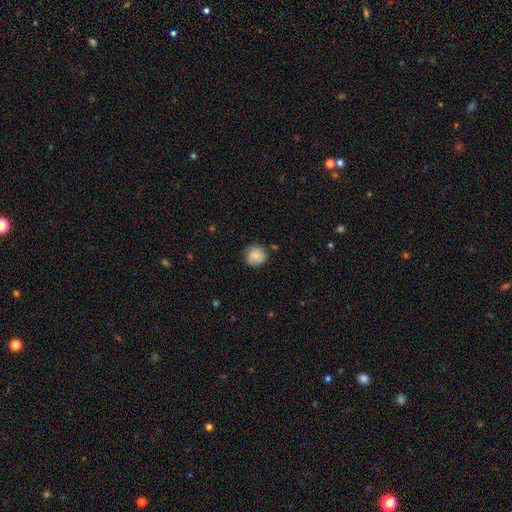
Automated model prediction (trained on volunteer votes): smooth_or_featured: smooth (p=0.82) [alt: featured or disk p=0.10]
how_rounded: round (p=0.91) [alt: in between p=0.08]
merging: none (p=0.80) [alt: minor disturbance p=0.15]